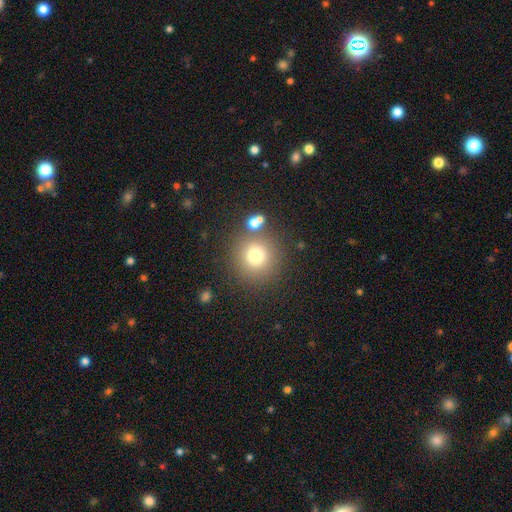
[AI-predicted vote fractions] A smooth galaxy with no disk features (75%) that is round (93%).

Vote fractions:
- Smooth or featured? smooth: 75% / star or artifact: 14% / featured or disk: 11%
- How rounded? round: 93% / in between: 6% / cigar-shaped: 1%
- Merging? none: 76% / merger: 11% / minor disturbance: 9% / major disturbance: 4%